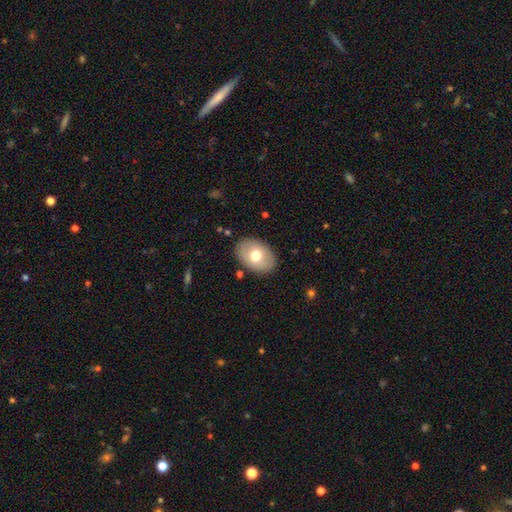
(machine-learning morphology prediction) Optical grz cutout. It shows a smooth galaxy with no disk features (67%) that is in between round and cigar-shaped (82%). Merging: none (86%).